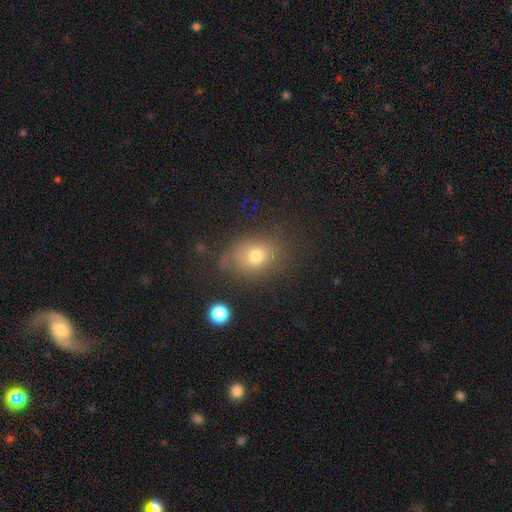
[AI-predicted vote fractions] Smooth or featured: smooth — 73% (star or artifact — 14%)
How rounded: in between — 54% (round — 45%)
Merging: none — 68% (minor disturbance — 20%)